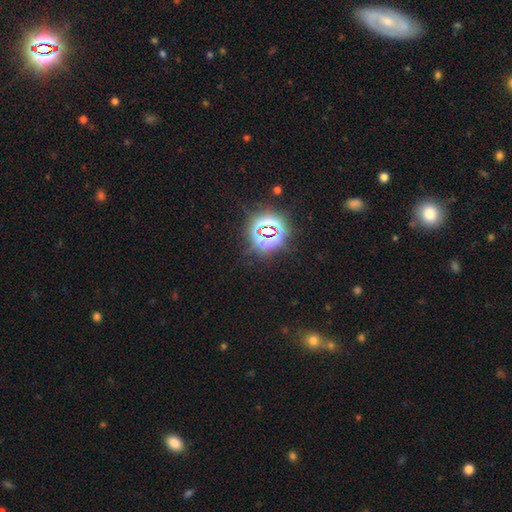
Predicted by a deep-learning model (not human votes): The model was most divided on "smooth or featured": star or artifact: 76%, smooth: 16%, featured or disk: 8%.